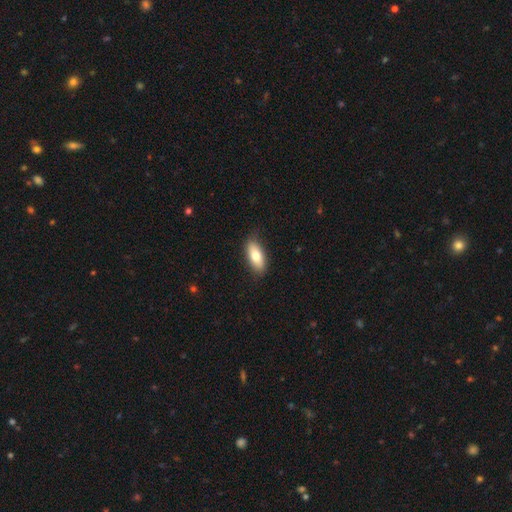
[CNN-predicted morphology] Smooth or featured? smooth (77%)
How rounded? in between (81%)
Merging? none (84%)